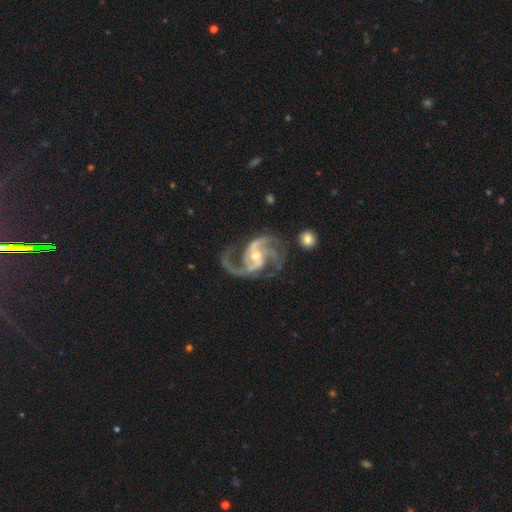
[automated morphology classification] A featured or disk galaxy (93%) with a weak bar (40%), 2 (51%) medium (57%) spiral arms (98%) and a moderate central bulge (55%). Merging: none (61%).